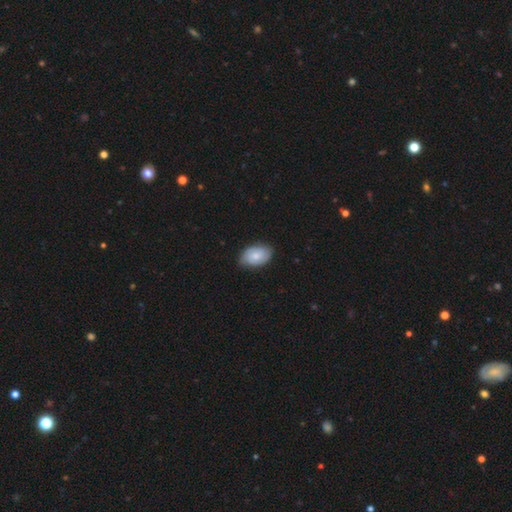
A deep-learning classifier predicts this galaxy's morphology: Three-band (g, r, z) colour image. It shows a smooth galaxy with no disk features (58%) that is in between round and cigar-shaped (89%). Merging: none (79%).